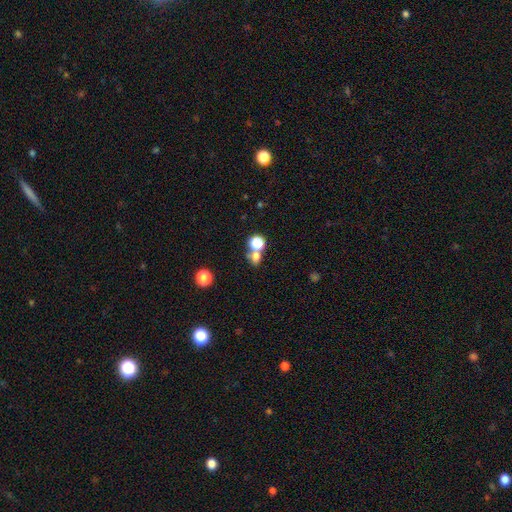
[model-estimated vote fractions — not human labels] Overall: smooth (68%). How rounded: round (68%; in between 30%). Merging: none (49%; merger 38%).